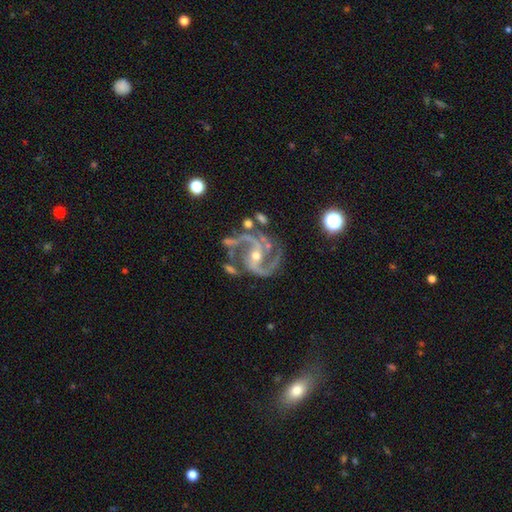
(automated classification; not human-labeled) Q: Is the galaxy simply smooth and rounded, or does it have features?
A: featured or disk — 92%.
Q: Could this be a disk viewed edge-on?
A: no — 98%.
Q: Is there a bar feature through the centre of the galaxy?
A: no — 36%.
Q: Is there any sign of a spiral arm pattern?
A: yes — 98%.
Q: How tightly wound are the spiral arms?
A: medium — 61%.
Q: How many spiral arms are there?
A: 2 — 78%.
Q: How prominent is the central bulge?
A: small — 56%.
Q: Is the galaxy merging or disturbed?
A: none — 58%.